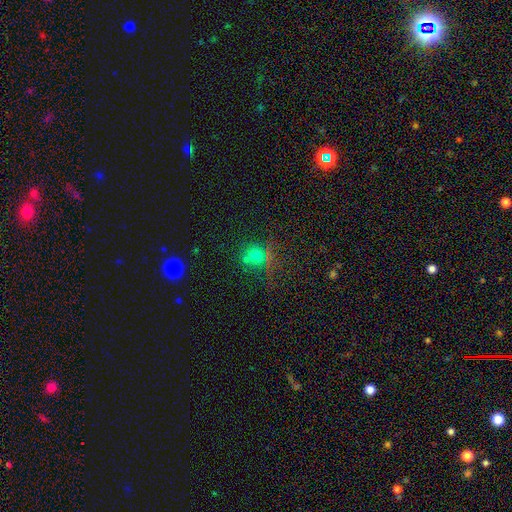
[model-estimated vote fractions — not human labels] smooth-or-featured: smooth: 59% | star or artifact: 30% | featured or disk: 11%
  how-rounded: round: 89% | in between: 10% | cigar-shaped: 1%
  merging: none: 68% | merger: 15% | minor disturbance: 12% | major disturbance: 6%